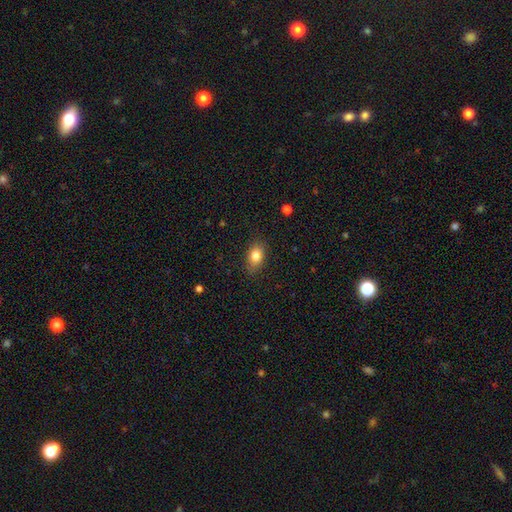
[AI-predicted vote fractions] The model was most divided on "how rounded": in between: 79%, round: 19%, cigar-shaped: 2%. More confident: merging — none (84%); smooth or featured — smooth (83%).